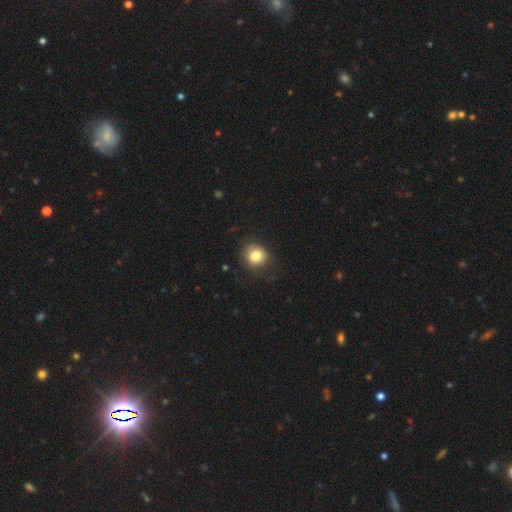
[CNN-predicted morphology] Smooth or featured: smooth — 81% (star or artifact — 10%)
How rounded: round — 85% (in between — 14%)
Merging: none — 79% (minor disturbance — 15%)